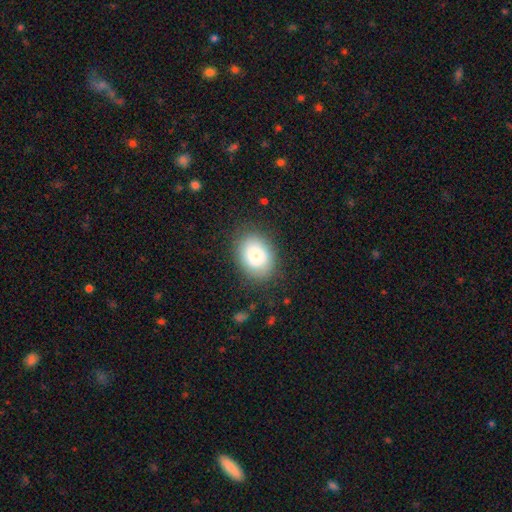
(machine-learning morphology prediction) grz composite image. It shows a smooth galaxy with no disk features (80%) that is in between round and cigar-shaped (60%). Merging: none (80%).